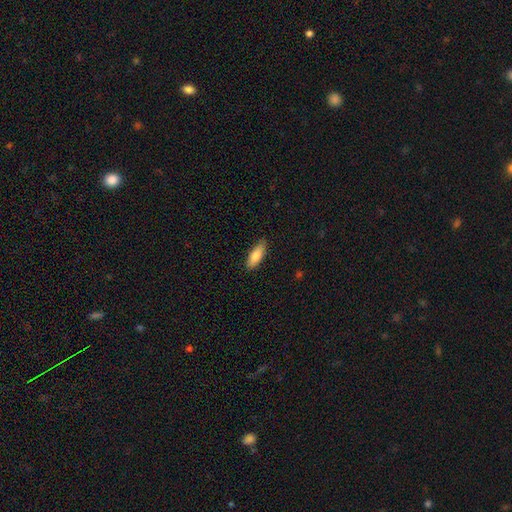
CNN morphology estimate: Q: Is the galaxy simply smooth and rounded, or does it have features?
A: smooth — 84%.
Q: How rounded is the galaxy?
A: in between — 63%.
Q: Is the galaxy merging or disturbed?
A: none — 83%.